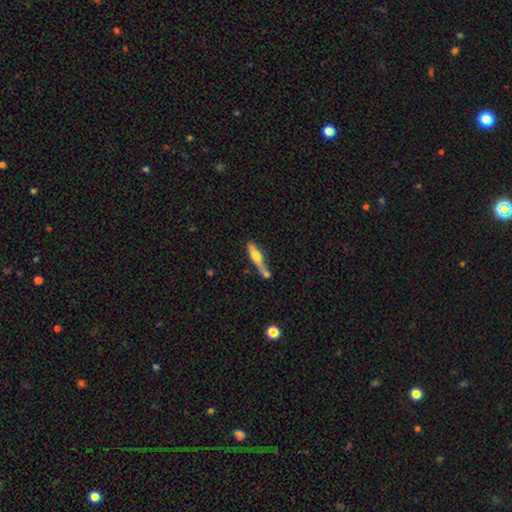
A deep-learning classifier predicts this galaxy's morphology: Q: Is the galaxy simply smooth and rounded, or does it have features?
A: featured or disk — 48%.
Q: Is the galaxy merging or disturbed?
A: none — 50%.